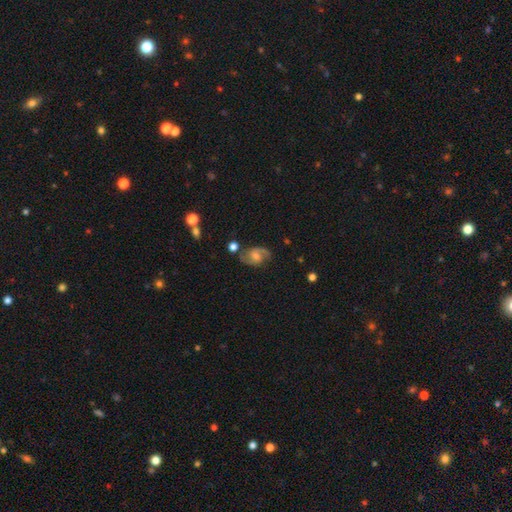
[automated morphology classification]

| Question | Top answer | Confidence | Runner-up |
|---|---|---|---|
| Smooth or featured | featured or disk | 81% | smooth (11%) |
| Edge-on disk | no | 97% | yes (3%) |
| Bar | no | 49% | weak (43%) |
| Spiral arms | yes | 96% | no (4%) |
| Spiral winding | medium | 54% | loose (28%) |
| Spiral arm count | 2 | 91% | can't tell (4%) |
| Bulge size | moderate | 51% | small (36%) |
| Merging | none | 76% | minor disturbance (15%) |